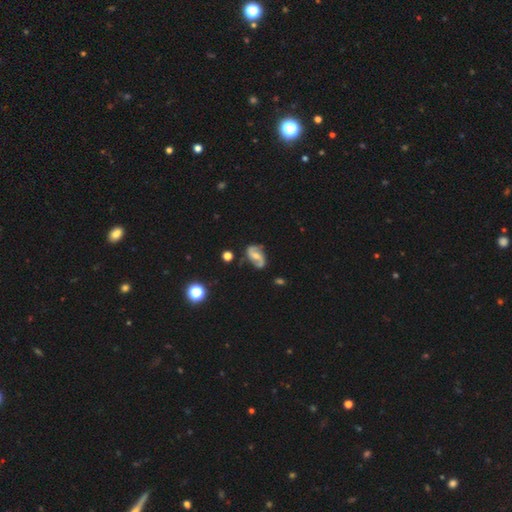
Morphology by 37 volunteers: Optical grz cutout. It shows a featured or disk galaxy (81%) with a weak bar (43%, tied with no), 2 (100%) loose (64%) spiral arms (100%) and a moderate central bulge (54%). Merging: none (74%).